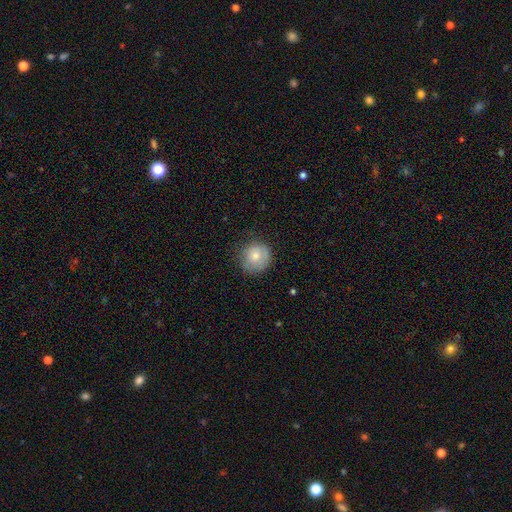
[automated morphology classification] Q: Smooth or featured?
A: smooth (73%); runner-up: featured or disk (19%)
Q: How rounded?
A: round (91%); runner-up: in between (8%)
Q: Merging?
A: none (74%); runner-up: minor disturbance (20%)